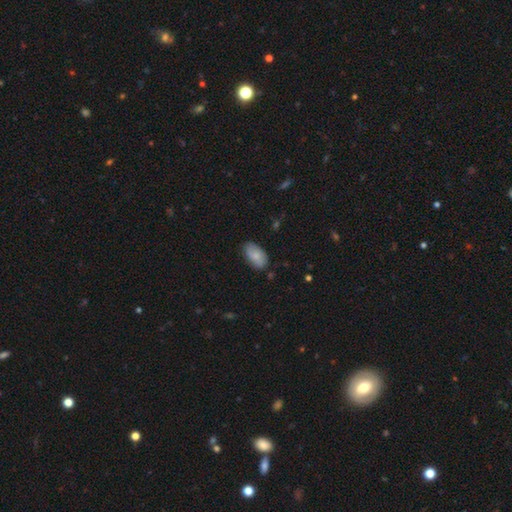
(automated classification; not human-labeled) Smooth or featured? smooth (79%)
How rounded? in between (94%)
Merging? none (78%)